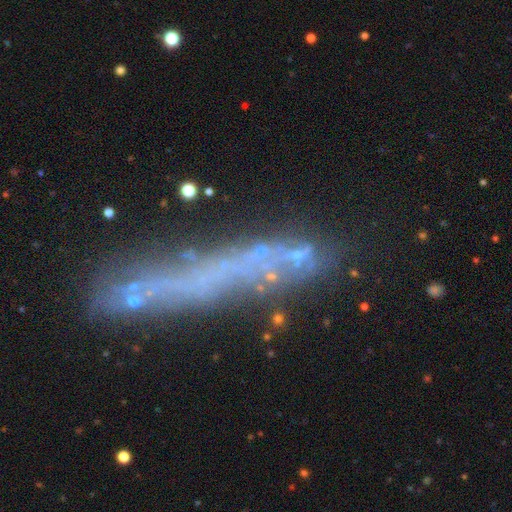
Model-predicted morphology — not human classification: type=featured or disk (39%); merging=none (53%).